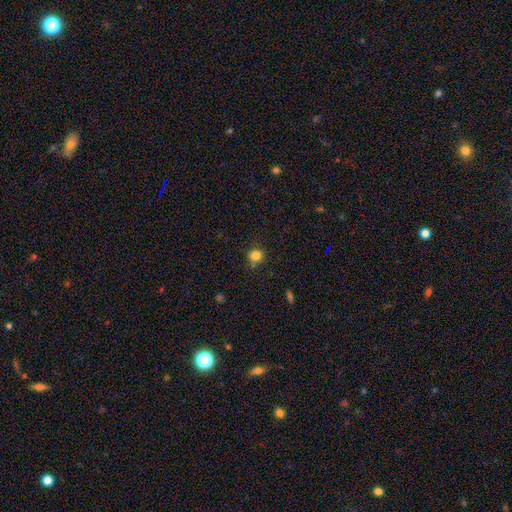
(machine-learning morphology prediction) This appears to be a smooth galaxy with no disk features (82%) that is round (85%). Merging: none (78%).